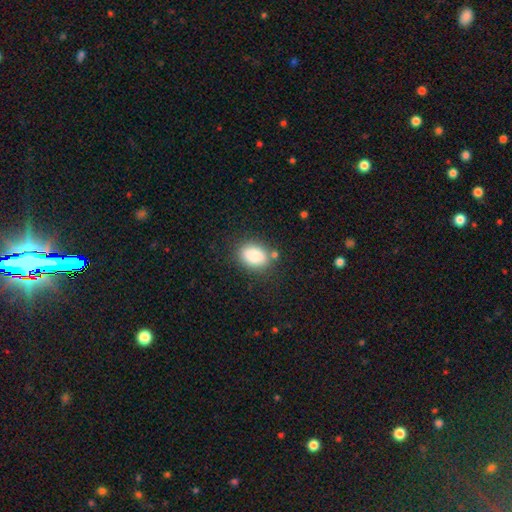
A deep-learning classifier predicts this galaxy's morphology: A smooth galaxy with no disk features (87%) that is in between round and cigar-shaped (78%). Merging: none (76%).